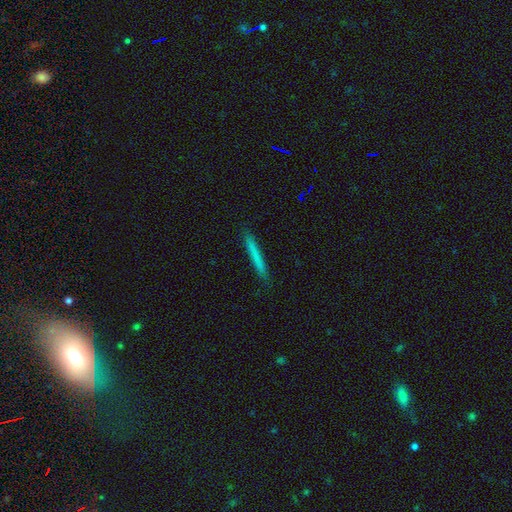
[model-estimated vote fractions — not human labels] smooth_or_featured: smooth (p=0.69) [alt: featured or disk p=0.24]
how_rounded: cigar-shaped (p=0.97) [alt: in between p=0.02]
merging: none (p=0.90) [alt: minor disturbance p=0.08]